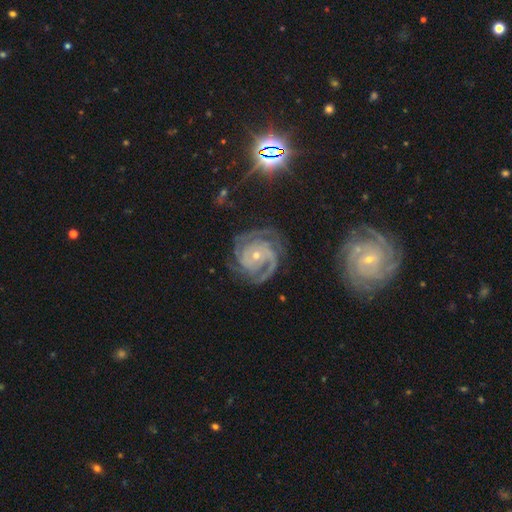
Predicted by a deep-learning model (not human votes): This is clearly a featured or disk galaxy (90%). It is clearly not viewed edge-on (98%). Bar: likely no (69%). Spiral arm pattern: clearly yes (98%). Spiral arm count: marginally 3 (40%). Spiral winding: likely tight (68%). Central bulge: likely small (72%). Merging: likely none (69%).